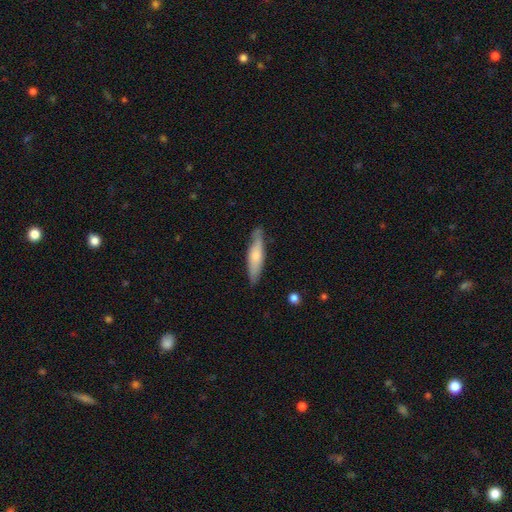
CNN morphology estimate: The model was most divided on "smooth or featured": smooth: 61%, featured or disk: 34%, star or artifact: 5%. More confident: merging — none (79%); how rounded — cigar-shaped (78%).